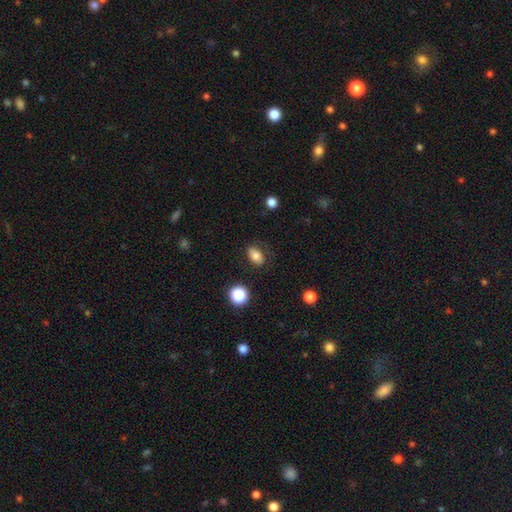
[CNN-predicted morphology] Overall: smooth (78%). How rounded: in between (85%). Merging: none (80%).